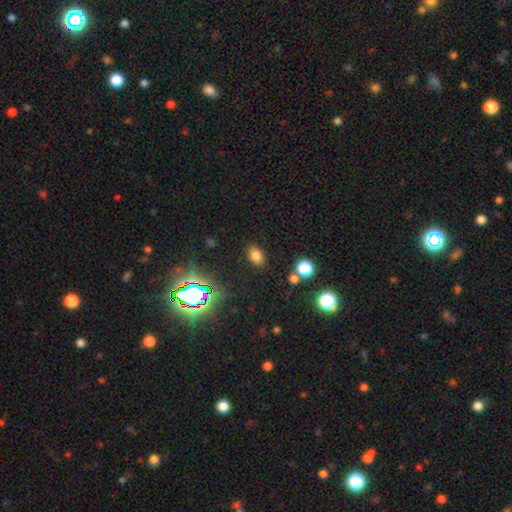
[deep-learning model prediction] Smooth or featured?
  - smooth: 76% *
  - star or artifact: 18%
  - featured or disk: 6%
How rounded?
  - in between: 81% *
  - round: 17%
  - cigar-shaped: 1%
Merging?
  - none: 85% *
  - minor disturbance: 9%
  - major disturbance: 3%
  - merger: 2%